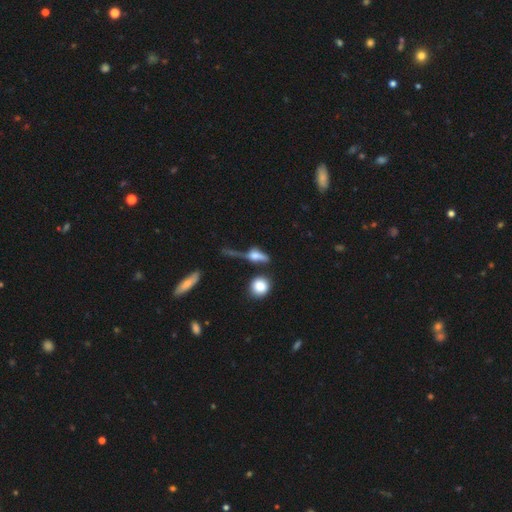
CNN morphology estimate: The model was most divided on "smooth or featured": featured or disk: 51%, smooth: 36%, star or artifact: 13%. Remaining: edge-on disk — yes (72%); merging — none (42%).